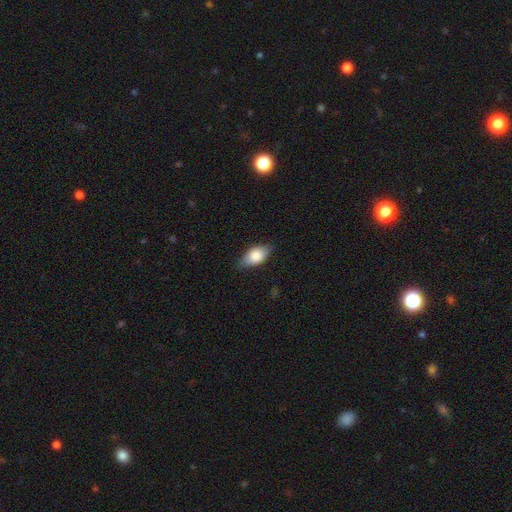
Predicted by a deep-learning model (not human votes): Morphology: type=smooth (79%); roundness=in between (91%); merging=none (78%).